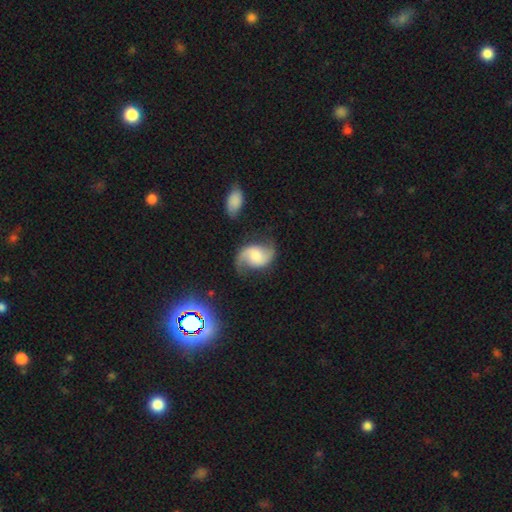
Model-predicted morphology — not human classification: smooth_or_featured: featured or disk (p=0.82) [alt: smooth p=0.12]
disk_edge_on: no (p=0.98) [alt: yes p=0.02]
bar: no (p=0.55) [alt: weak p=0.36]
has_spiral_arms: yes (p=0.97) [alt: no p=0.03]
spiral_winding: loose (p=0.48) [alt: medium p=0.41]
spiral_arm_count: 2 (p=0.92) [alt: 1 p=0.03]
bulge_size: moderate (p=0.37) [alt: small p=0.22]
merging: none (p=0.71) [alt: minor disturbance p=0.18]